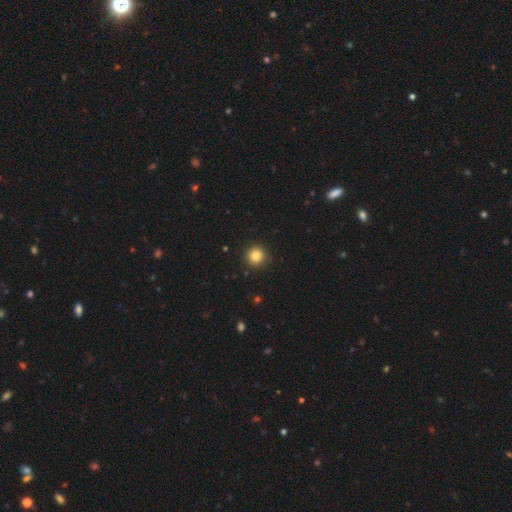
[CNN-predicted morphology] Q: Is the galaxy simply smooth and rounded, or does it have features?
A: smooth — 84%.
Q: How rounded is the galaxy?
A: round — 95%.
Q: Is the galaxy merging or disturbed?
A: none — 92%.